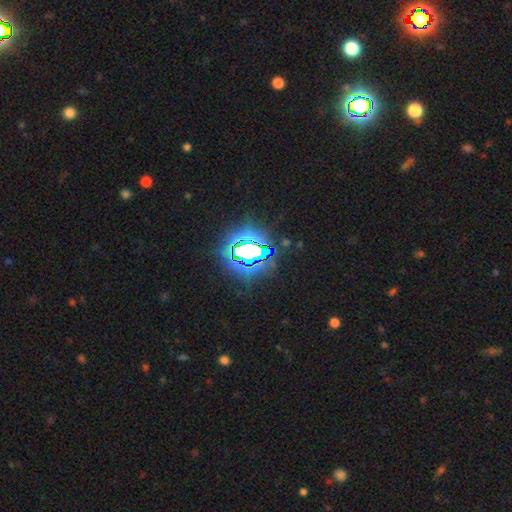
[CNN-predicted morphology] Smooth or featured? Predicted: star or artifact (p=0.77).